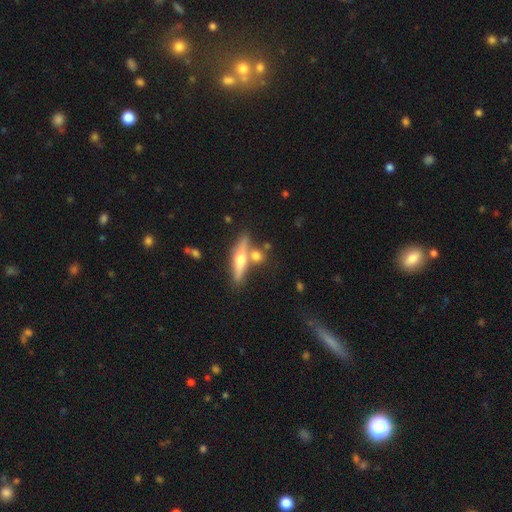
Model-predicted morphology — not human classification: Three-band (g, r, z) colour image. It shows a featured or disk galaxy (47%). Merging: none (62%).